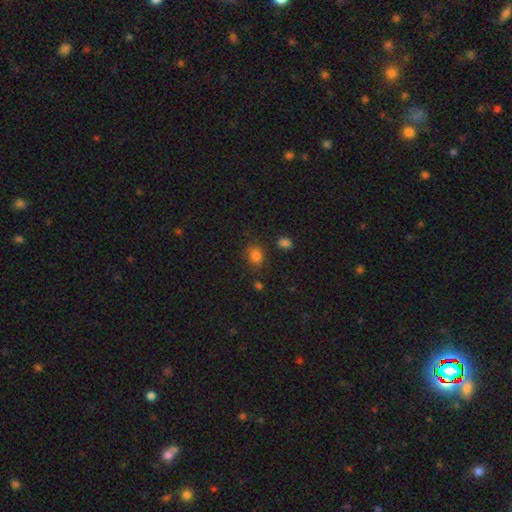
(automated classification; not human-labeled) smooth_or_featured: smooth (p=0.80) [alt: star or artifact p=0.15]
how_rounded: round (p=0.61) [alt: in between p=0.38]
merging: none (p=0.76) [alt: minor disturbance p=0.15]